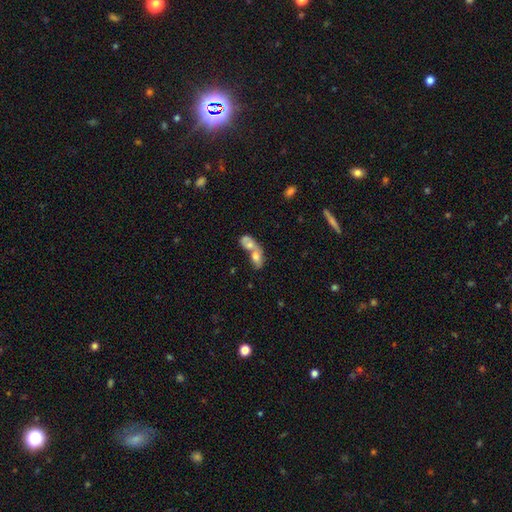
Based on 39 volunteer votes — Q: Smooth or featured?
A: smooth (62%); runner-up: featured or disk (33%)
Q: How rounded?
A: in between (67%); runner-up: round (25%)
Q: Merging?
A: merger (81%); runner-up: major disturbance (8%)